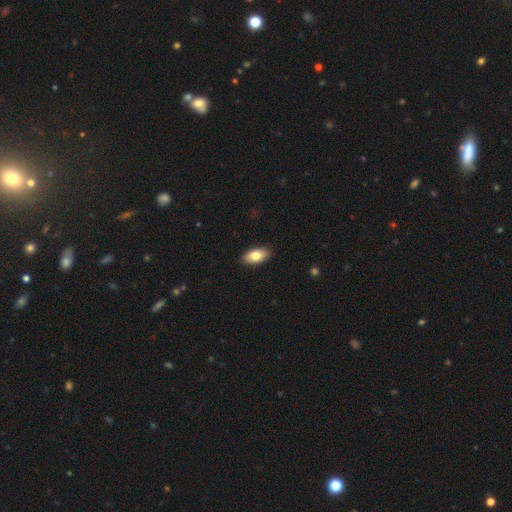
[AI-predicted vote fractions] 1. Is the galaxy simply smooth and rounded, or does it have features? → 81% smooth, 12% featured or disk, 6% star or artifact.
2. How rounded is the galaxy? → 92% in between, 4% round, 4% cigar-shaped.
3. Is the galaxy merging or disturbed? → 89% none, 8% minor disturbance, 2% major disturbance, 1% merger.